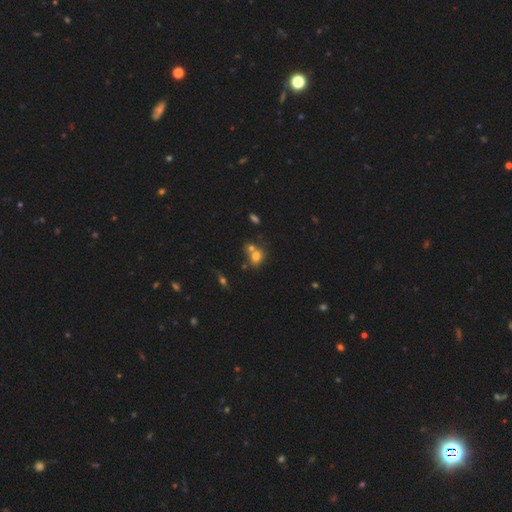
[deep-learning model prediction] smooth_or_featured: smooth (p=0.71) [alt: star or artifact p=0.15]
how_rounded: round (p=0.54) [alt: in between p=0.44]
merging: none (p=0.44) [alt: merger p=0.40]